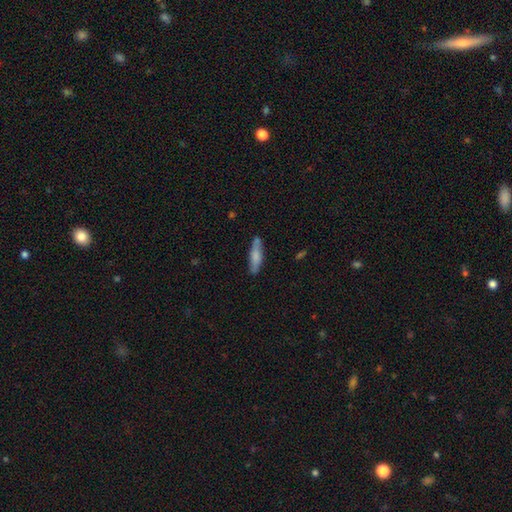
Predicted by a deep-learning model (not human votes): Smooth or featured? Predicted: smooth (p=0.71). How rounded? Predicted: cigar-shaped (p=0.70). Merging? Predicted: none (p=0.77).